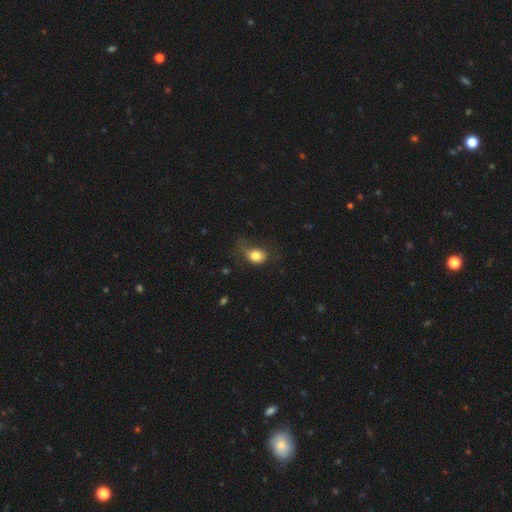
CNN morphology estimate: A smooth galaxy with no disk features (79%) that is in between round and cigar-shaped (65%).

Vote fractions:
- Smooth or featured? smooth: 79% / featured or disk: 12% / star or artifact: 10%
- How rounded? in between: 65% / round: 33% / cigar-shaped: 2%
- Merging? none: 35% / minor disturbance: 33% / major disturbance: 30% / merger: 2%